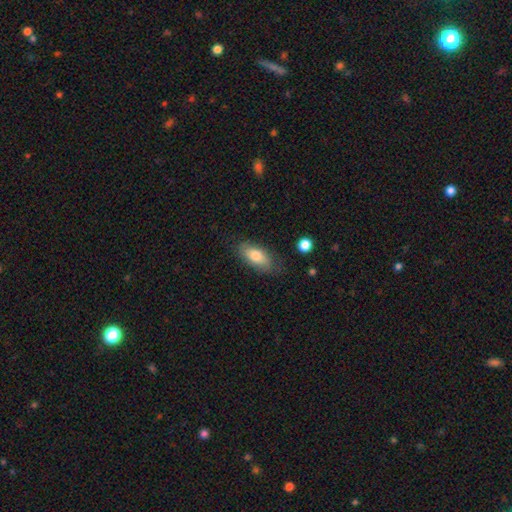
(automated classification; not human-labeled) Smooth or featured?
  - smooth: 77% *
  - featured or disk: 16%
  - star or artifact: 7%
How rounded?
  - in between: 86% *
  - cigar-shaped: 11%
  - round: 3%
Merging?
  - none: 75% *
  - minor disturbance: 18%
  - major disturbance: 5%
  - merger: 2%